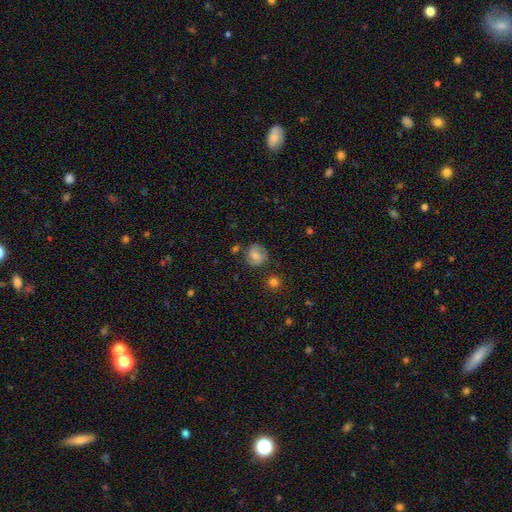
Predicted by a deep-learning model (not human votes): smooth_or_featured: smooth (p=0.61) [alt: featured or disk p=0.29]
how_rounded: round (p=0.77) [alt: in between p=0.22]
merging: none (p=0.68) [alt: minor disturbance p=0.20]